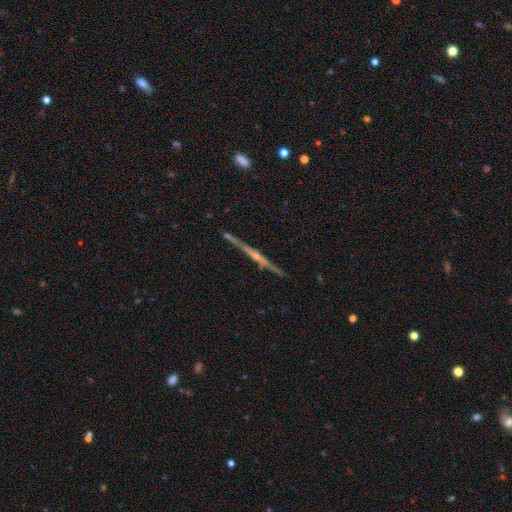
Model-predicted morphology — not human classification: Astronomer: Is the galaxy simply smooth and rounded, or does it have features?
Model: featured or disk — 80%.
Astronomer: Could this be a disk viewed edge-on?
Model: yes — 98%.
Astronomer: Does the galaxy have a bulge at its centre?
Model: rounded — 67%.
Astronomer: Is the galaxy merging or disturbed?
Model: none — 89%.